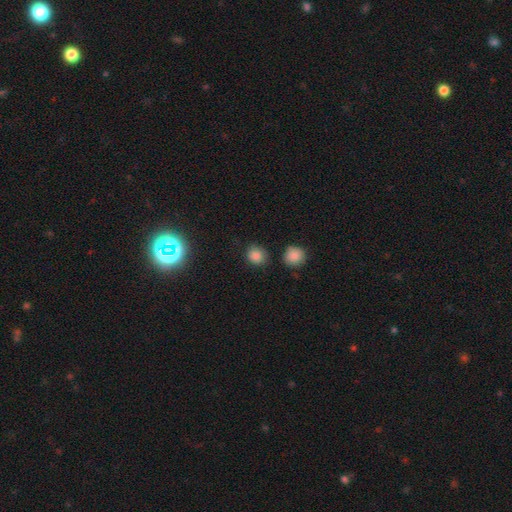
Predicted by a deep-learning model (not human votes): A smooth galaxy with no disk features (84%) that is round (79%). Merging: none (79%).